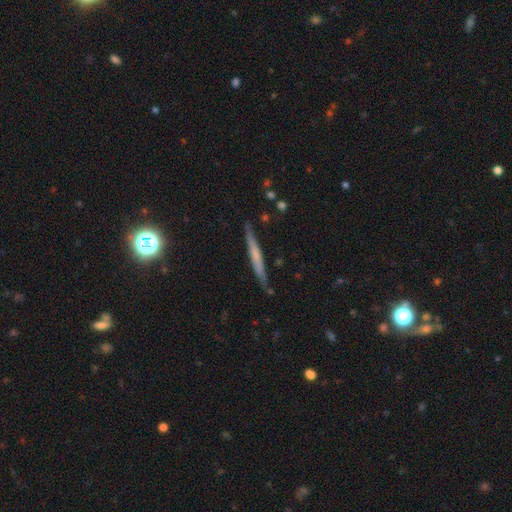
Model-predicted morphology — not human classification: Q: Smooth or featured?
A: featured or disk (49%); runner-up: smooth (44%)
Q: Merging?
A: none (85%); runner-up: minor disturbance (11%)